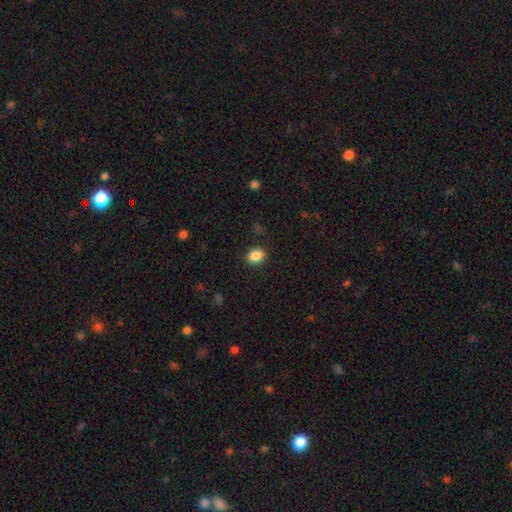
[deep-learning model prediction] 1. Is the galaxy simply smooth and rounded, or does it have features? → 88% smooth, 9% star or artifact, 4% featured or disk.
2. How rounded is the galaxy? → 62% in between, 37% round, 1% cigar-shaped.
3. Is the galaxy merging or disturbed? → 89% none, 8% minor disturbance, 2% major disturbance, 1% merger.